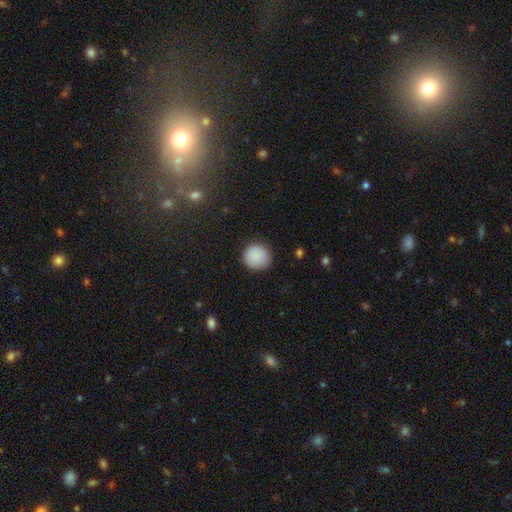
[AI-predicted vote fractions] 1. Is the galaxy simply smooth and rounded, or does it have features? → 88% smooth, 8% star or artifact, 4% featured or disk.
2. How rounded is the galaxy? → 94% round, 5% in between, 1% cigar-shaped.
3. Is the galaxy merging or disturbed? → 89% none, 8% minor disturbance, 2% major disturbance, 1% merger.